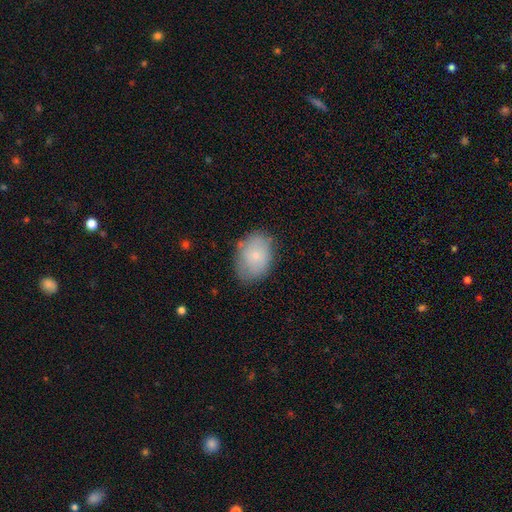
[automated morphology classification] This appears to be a smooth galaxy with no disk features (75%) that is in between round and cigar-shaped (77%). Merging: none (72%).